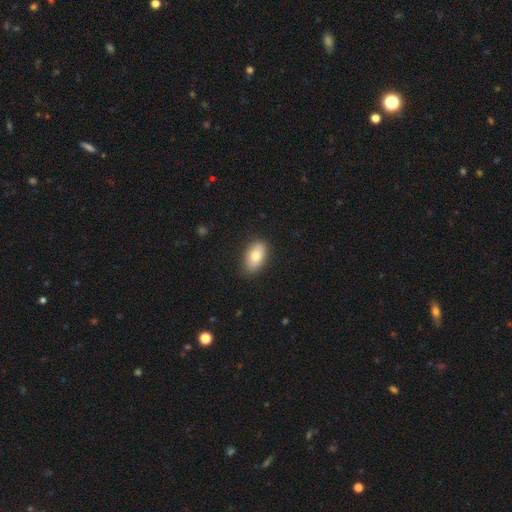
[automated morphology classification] Q: Smooth or featured?
A: smooth (76%); runner-up: featured or disk (17%)
Q: How rounded?
A: in between (91%); runner-up: round (6%)
Q: Merging?
A: none (86%); runner-up: minor disturbance (11%)